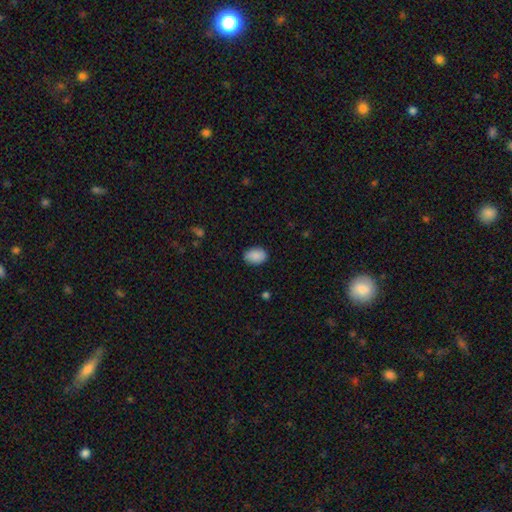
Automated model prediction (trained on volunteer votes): This is clearly a smooth galaxy (89%). How rounded: likely in between (78%). Merging: clearly none (85%).